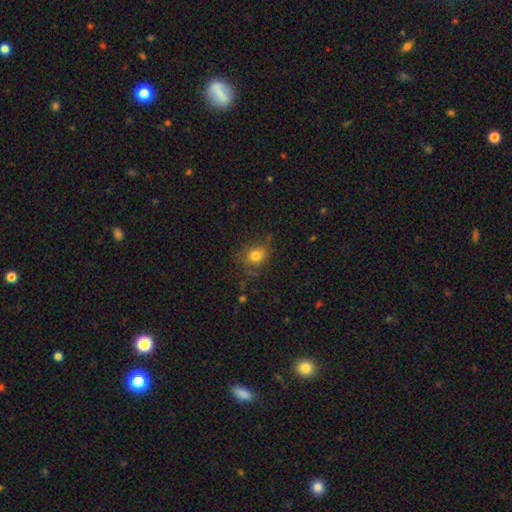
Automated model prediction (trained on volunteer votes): Q: Smooth or featured?
A: smooth (78%); runner-up: star or artifact (13%)
Q: How rounded?
A: round (61%); runner-up: in between (38%)
Q: Merging?
A: none (71%); runner-up: minor disturbance (20%)